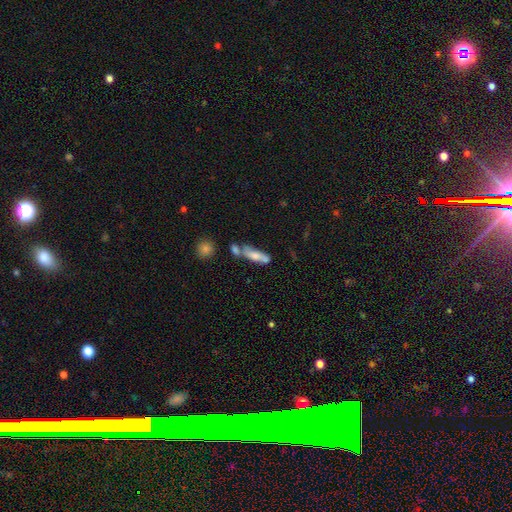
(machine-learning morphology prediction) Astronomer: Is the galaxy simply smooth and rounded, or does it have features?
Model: smooth — 63%.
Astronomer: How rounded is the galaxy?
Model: cigar-shaped — 49% (runner-up: in between, 48%).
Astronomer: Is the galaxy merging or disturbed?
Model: none — 40% (runner-up: merger, 33%).